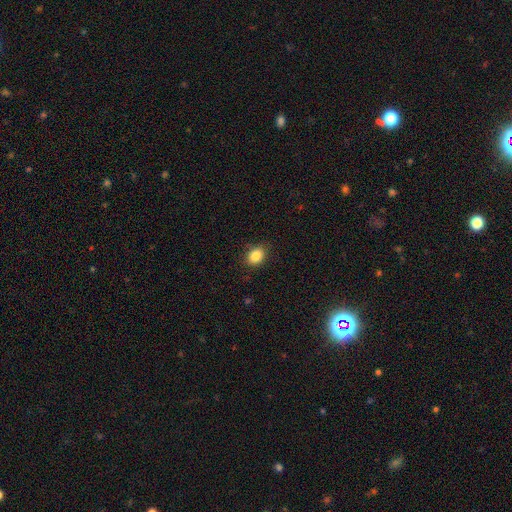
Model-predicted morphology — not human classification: Overall: smooth (85%). How rounded: in between (62%; round 37%). Merging: none (85%).